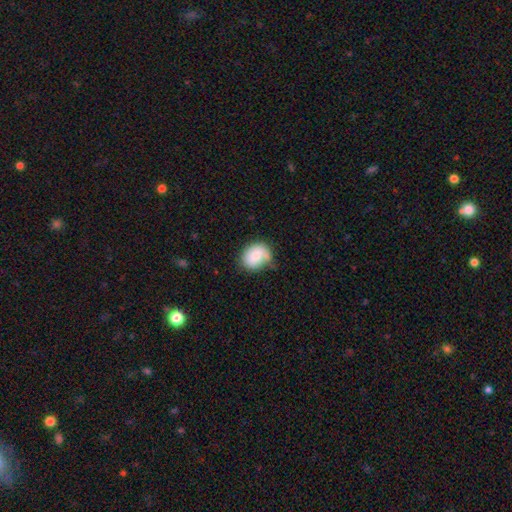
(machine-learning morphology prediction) Smooth or featured?
  - smooth: 81% *
  - featured or disk: 12%
  - star or artifact: 7%
How rounded?
  - in between: 54% *
  - round: 45%
  - cigar-shaped: 1%
Merging?
  - none: 54% *
  - minor disturbance: 33%
  - major disturbance: 8%
  - merger: 5%